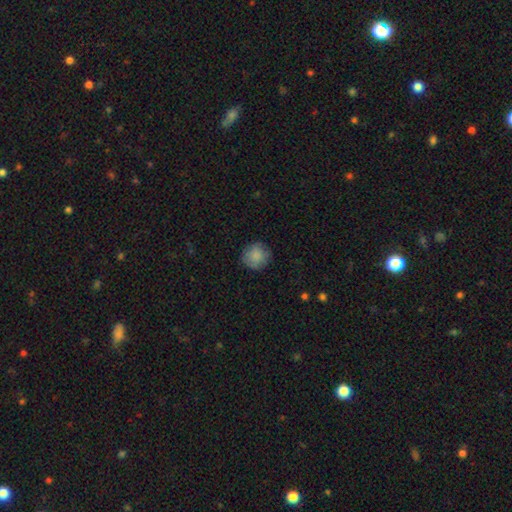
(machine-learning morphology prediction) smooth_or_featured: smooth (p=0.84) [alt: featured or disk p=0.08]
how_rounded: round (p=0.92) [alt: in between p=0.07]
merging: none (p=0.82) [alt: minor disturbance p=0.13]